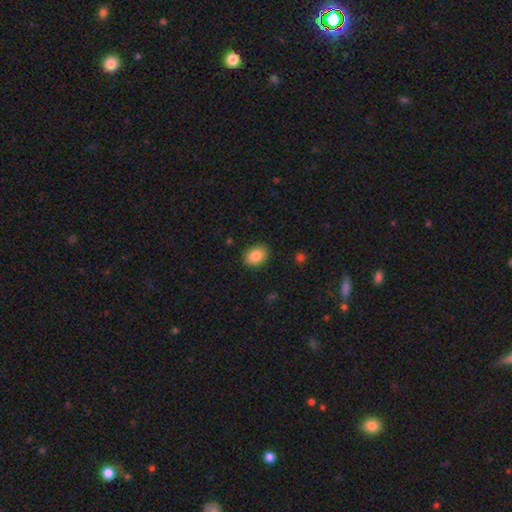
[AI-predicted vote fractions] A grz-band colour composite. It shows a smooth galaxy with no disk features (88%) that is in between round and cigar-shaped (70%). Merging: none (87%).